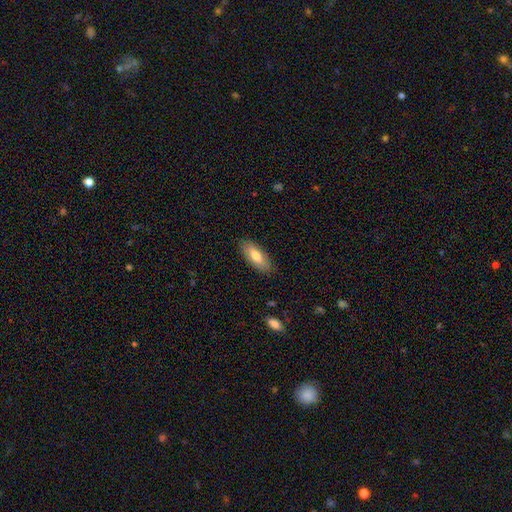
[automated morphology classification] smooth 75%, featured or disk 19%, star or artifact 6%. Down the decision tree: how rounded — in between (79%); merging — none (87%).